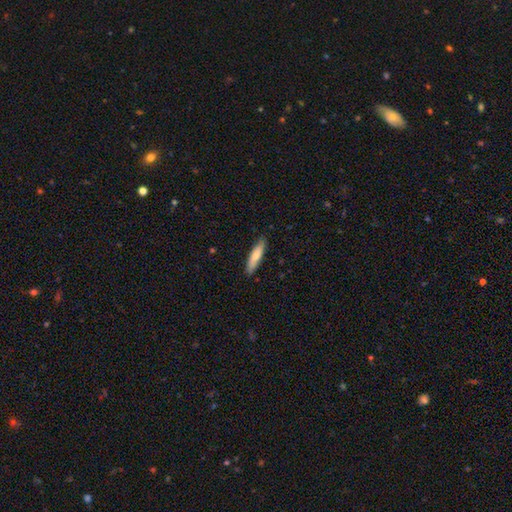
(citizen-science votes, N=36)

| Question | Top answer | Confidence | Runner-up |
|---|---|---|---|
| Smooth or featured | smooth | 61% | featured or disk (36%) |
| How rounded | cigar-shaped | 82% | in between (14%) |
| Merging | none | 91% | minor disturbance (6%) |